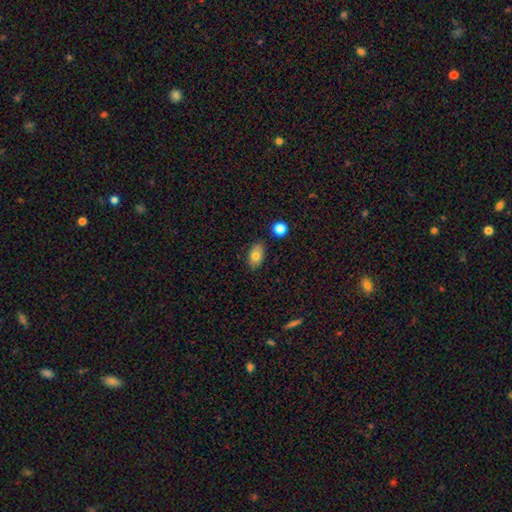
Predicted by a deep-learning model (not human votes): The model was most divided on "smooth or featured": smooth: 77%, featured or disk: 14%, star or artifact: 9%. More confident: how rounded — in between (89%); merging — none (84%).